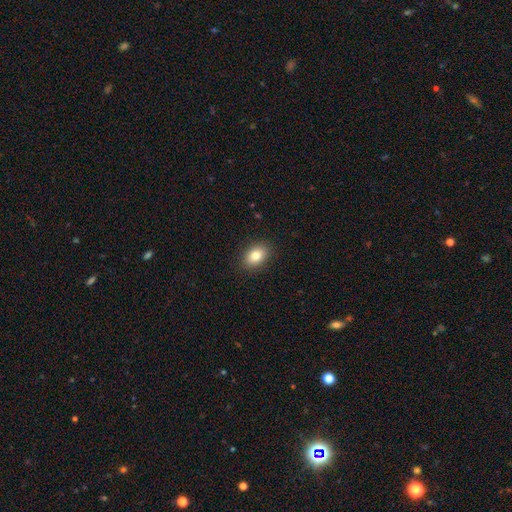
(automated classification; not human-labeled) smooth_or_featured: smooth (p=0.82) [alt: featured or disk p=0.10]
how_rounded: in between (p=0.83) [alt: round p=0.15]
merging: none (p=0.89) [alt: minor disturbance p=0.08]